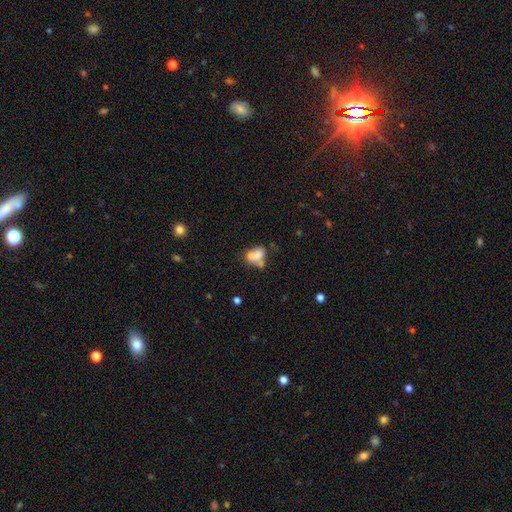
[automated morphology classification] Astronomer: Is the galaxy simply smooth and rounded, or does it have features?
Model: smooth — 66%.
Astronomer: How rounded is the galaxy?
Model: in between — 78%.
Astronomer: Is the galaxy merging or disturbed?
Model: merger — 49% (runner-up: none, 25%).